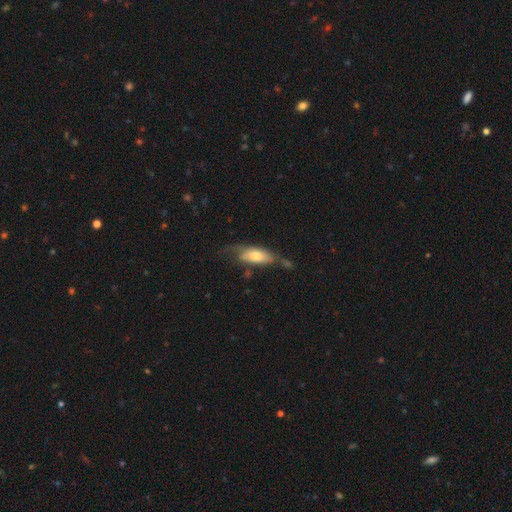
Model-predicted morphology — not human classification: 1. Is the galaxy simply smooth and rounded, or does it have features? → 58% smooth, 36% featured or disk, 6% star or artifact.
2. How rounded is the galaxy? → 69% in between, 28% cigar-shaped, 3% round.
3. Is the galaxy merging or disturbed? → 44% none, 30% minor disturbance, 18% major disturbance, 7% merger.